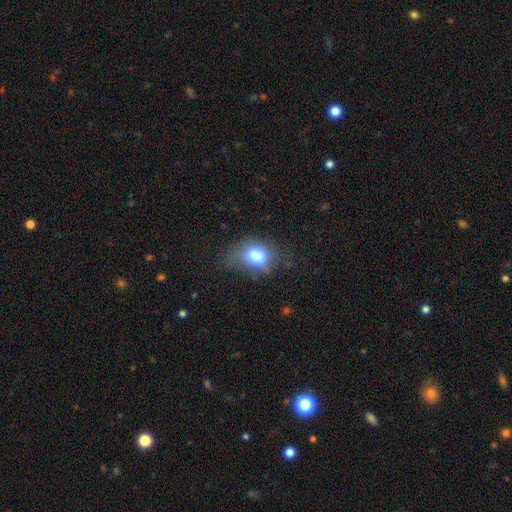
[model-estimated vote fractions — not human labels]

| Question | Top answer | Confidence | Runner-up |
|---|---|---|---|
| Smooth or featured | smooth | 74% | featured or disk (15%) |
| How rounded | in between | 71% | round (27%) |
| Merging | none | 37% | minor disturbance (33%) |